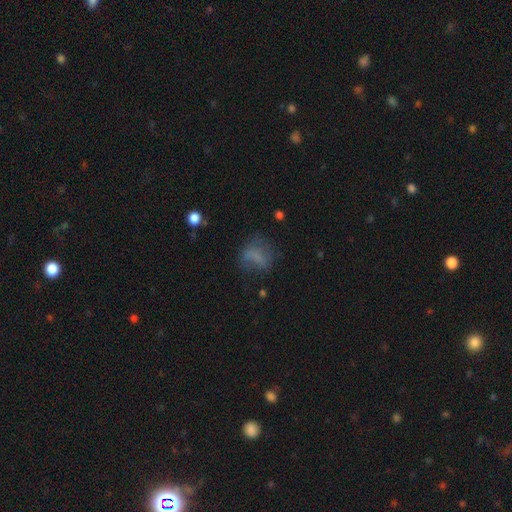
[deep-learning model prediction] smooth 61%, featured or disk 23%, star or artifact 16%. Down the decision tree: how rounded — in between (52%); merging — none (52%).